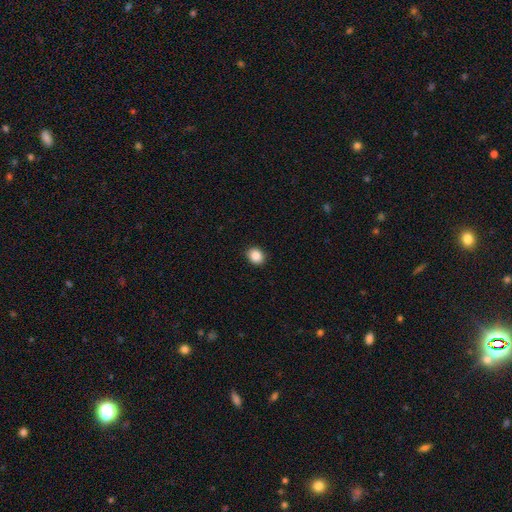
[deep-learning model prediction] Overall: smooth (87%). How rounded: round (55%; in between 44%). Merging: none (91%).